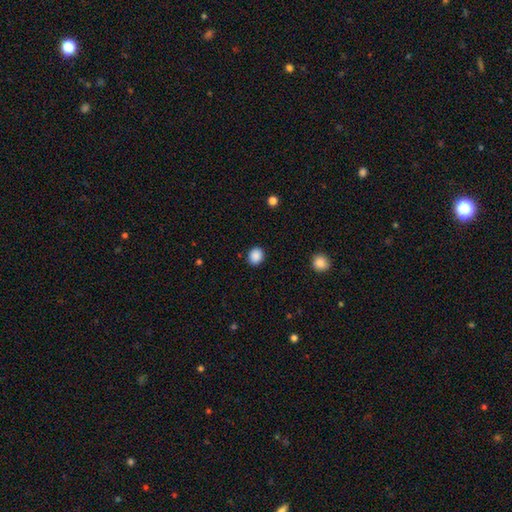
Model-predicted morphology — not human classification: The model was most divided on "how rounded": round: 67%, in between: 32%, cigar-shaped: 1%. More confident: merging — none (90%); smooth or featured — smooth (88%).